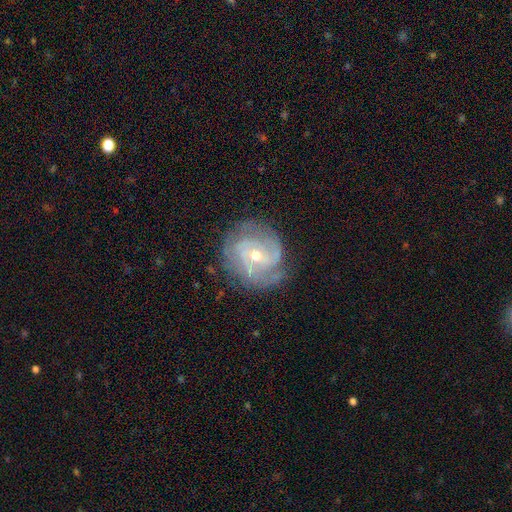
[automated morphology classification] Q: Smooth or featured?
A: featured or disk (85%); runner-up: smooth (9%)
Q: Edge-on disk?
A: no (97%); runner-up: yes (3%)
Q: Bar?
A: no (52%); runner-up: weak (38%)
Q: Spiral arms?
A: yes (94%); runner-up: no (6%)
Q: Spiral winding?
A: tight (58%); runner-up: medium (33%)
Q: Spiral arm count?
A: 2 (33%); runner-up: can't tell (27%)
Q: Bulge size?
A: moderate (52%); runner-up: small (45%)
Q: Merging?
A: none (71%); runner-up: minor disturbance (19%)